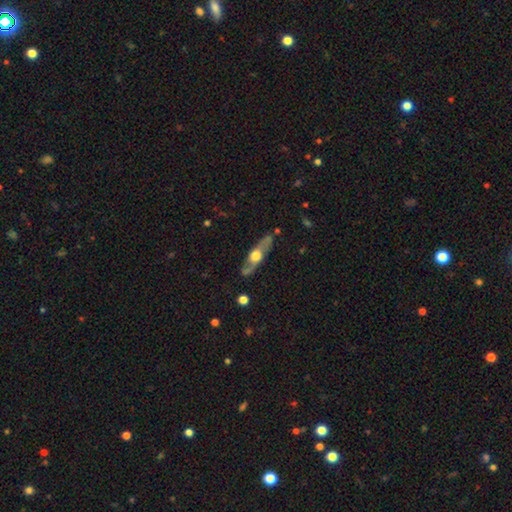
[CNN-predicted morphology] Q: Smooth or featured?
A: featured or disk (63%); runner-up: smooth (32%)
Q: Edge-on disk?
A: yes (70%); runner-up: no (30%)
Q: Merging?
A: none (76%); runner-up: minor disturbance (16%)